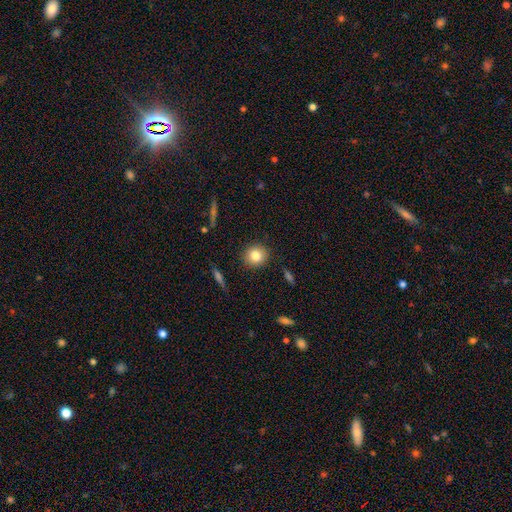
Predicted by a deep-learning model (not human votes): Smooth or featured: smooth — 81% (star or artifact — 10%)
How rounded: round — 86% (in between — 13%)
Merging: none — 90% (minor disturbance — 7%)